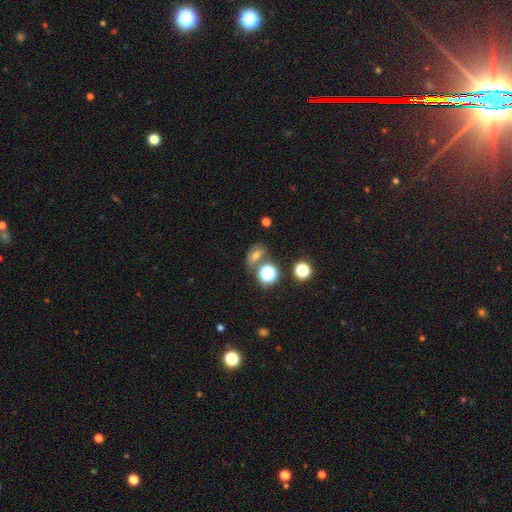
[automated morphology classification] Q: Smooth or featured?
A: smooth (54%); runner-up: star or artifact (28%)
Q: How rounded?
A: in between (65%); runner-up: round (31%)
Q: Merging?
A: none (65%); runner-up: merger (15%)